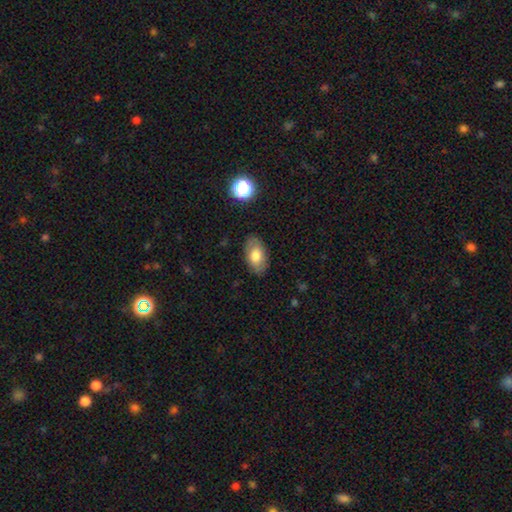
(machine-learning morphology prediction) This is likely a smooth galaxy (72%). How rounded: clearly in between (92%). Merging: clearly none (83%).